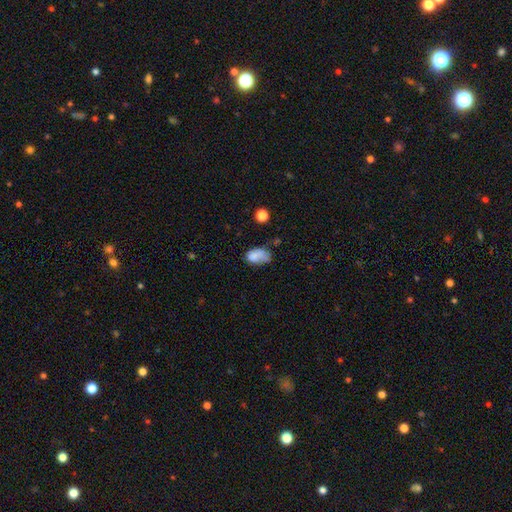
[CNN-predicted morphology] Smooth or featured: smooth — 75% (featured or disk — 14%)
How rounded: in between — 86% (round — 12%)
Merging: none — 33% (minor disturbance — 32%)